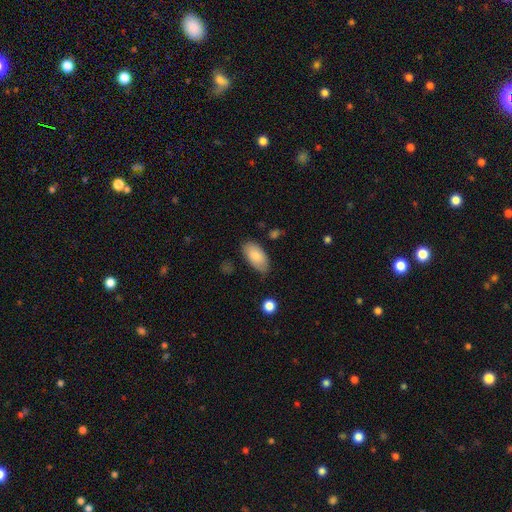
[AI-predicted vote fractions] The model was most divided on "merging": none: 74%, minor disturbance: 20%, major disturbance: 4%, merger: 2%. More confident: how rounded — in between (94%); smooth or featured — smooth (85%).